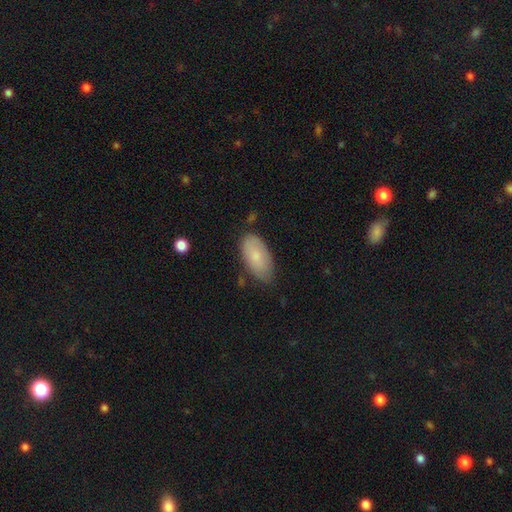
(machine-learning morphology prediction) The model was most divided on "merging": none: 71%, minor disturbance: 23%, major disturbance: 4%, merger: 2%. More confident: how rounded — in between (94%); smooth or featured — smooth (80%).